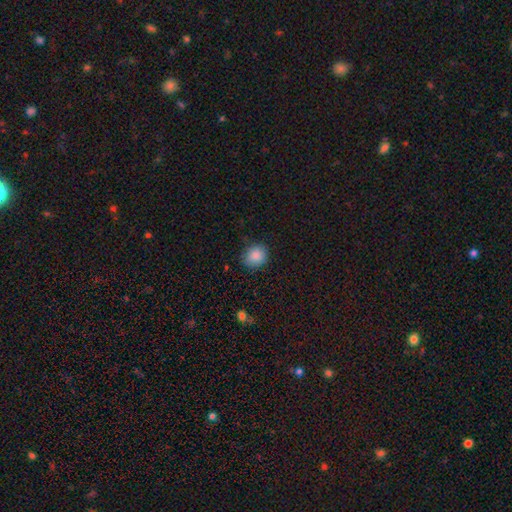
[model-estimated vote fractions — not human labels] Morphology: type=smooth (87%); roundness=round (70%); merging=none (82%).